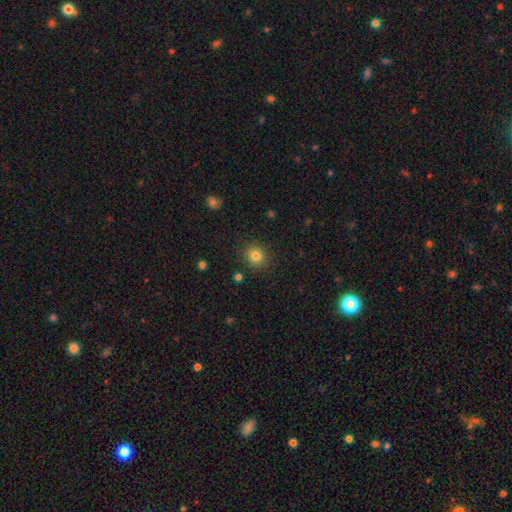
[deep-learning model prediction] A smooth galaxy with no disk features (81%) that is round (85%). Merging: none (89%).